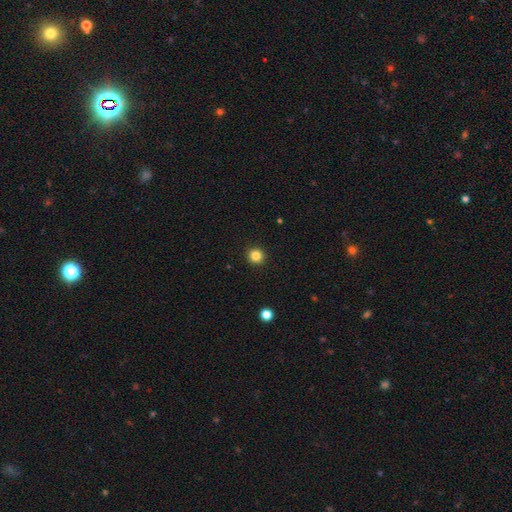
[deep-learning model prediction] Smooth or featured?
  - smooth: 84% *
  - star or artifact: 11%
  - featured or disk: 4%
How rounded?
  - round: 94% *
  - in between: 5%
  - cigar-shaped: 1%
Merging?
  - none: 93% *
  - minor disturbance: 4%
  - major disturbance: 2%
  - merger: 1%